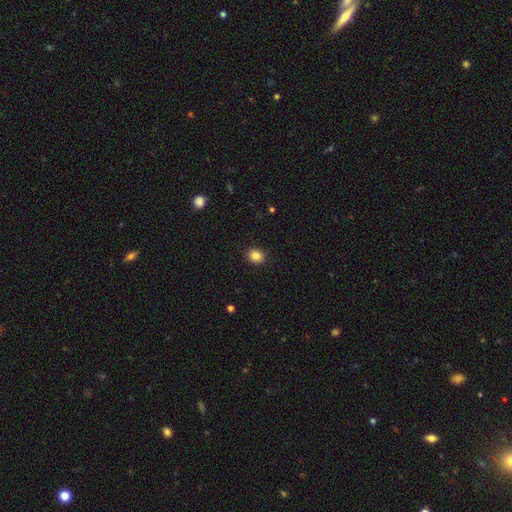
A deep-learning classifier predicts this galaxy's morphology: smooth-or-featured: smooth: 86% | star or artifact: 10% | featured or disk: 4%
  how-rounded: round: 65% | in between: 34% | cigar-shaped: 1%
  merging: none: 90% | minor disturbance: 7% | major disturbance: 2% | merger: 1%